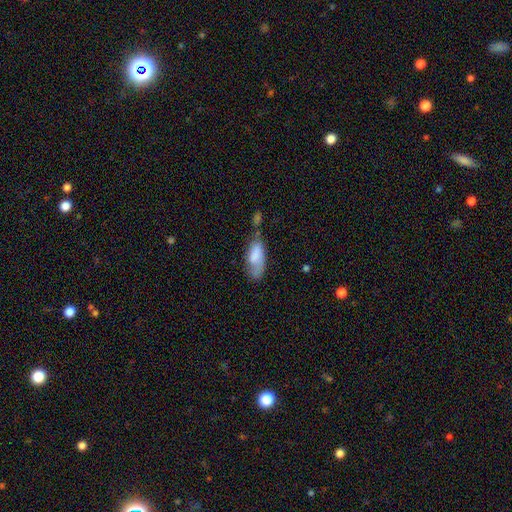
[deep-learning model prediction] A smooth galaxy with no disk features (72%) that is in between round and cigar-shaped (81%). Merging: none (38%).